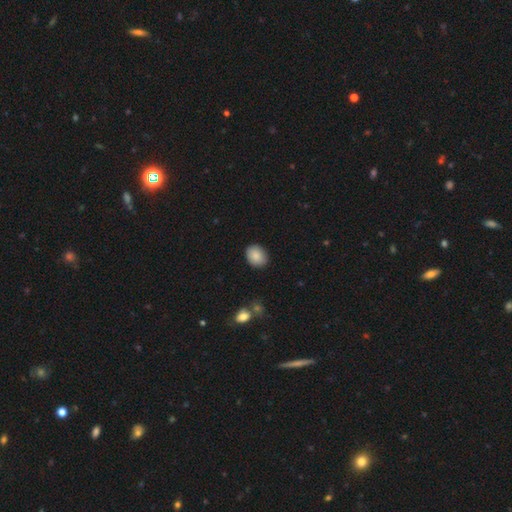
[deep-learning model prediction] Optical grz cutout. It shows a smooth galaxy with no disk features (86%) that is in between round and cigar-shaped (61%). Merging: none (87%).